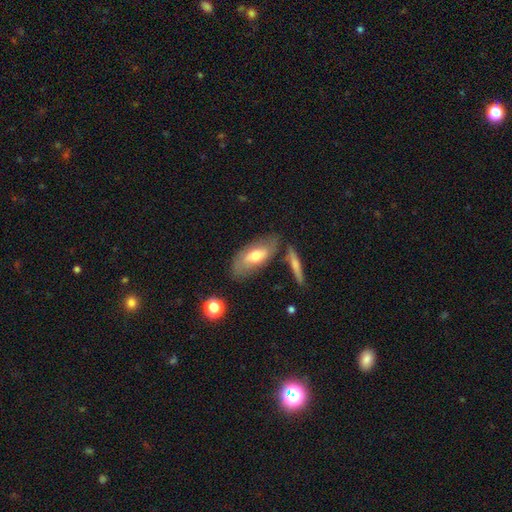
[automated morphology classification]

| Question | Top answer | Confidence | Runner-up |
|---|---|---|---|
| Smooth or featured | smooth | 60% | featured or disk (33%) |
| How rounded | in between | 81% | cigar-shaped (16%) |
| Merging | none | 67% | minor disturbance (18%) |